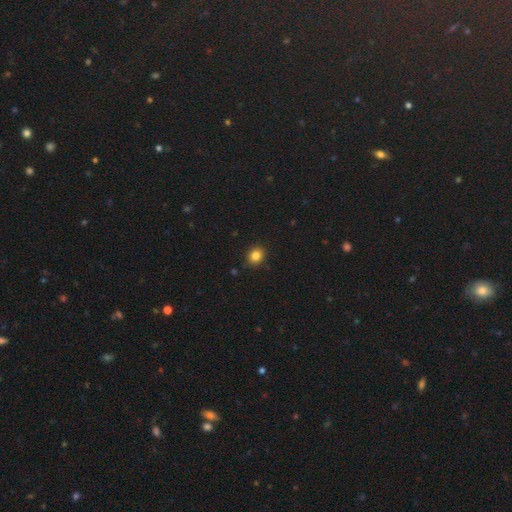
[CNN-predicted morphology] Smooth or featured: smooth — 83% (star or artifact — 12%)
How rounded: round — 68% (in between — 31%)
Merging: none — 89% (minor disturbance — 8%)